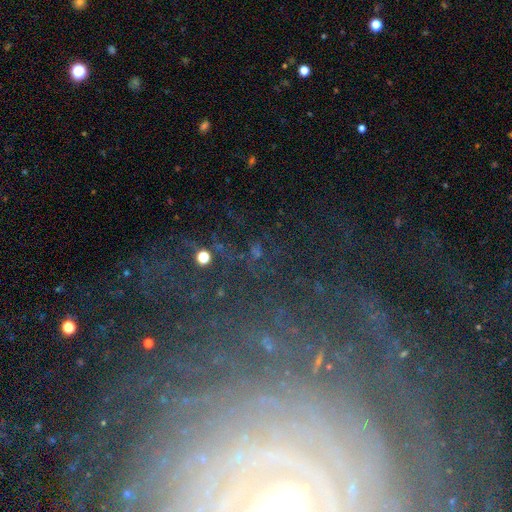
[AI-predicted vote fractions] featured or disk 54%, star or artifact 32%, smooth 14%. Down the decision tree: edge-on disk — no (87%); merging — none (72%).